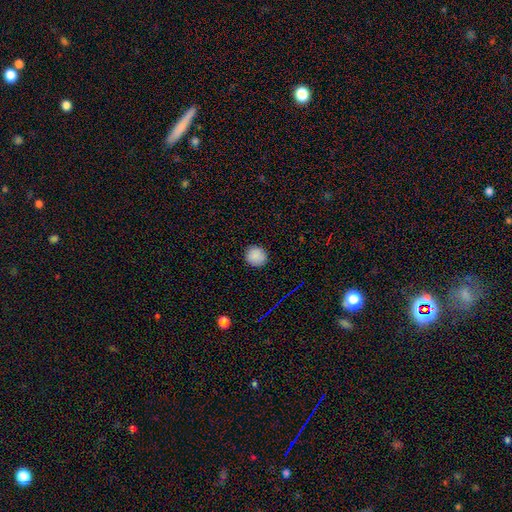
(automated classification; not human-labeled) Overall: smooth (87%). How rounded: round (90%). Merging: none (90%).